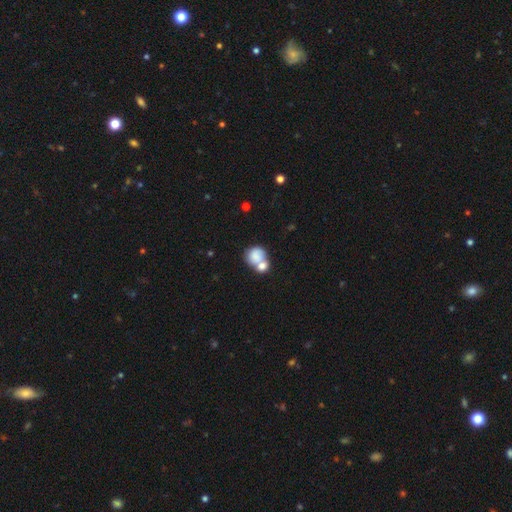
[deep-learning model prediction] smooth-or-featured: smooth: 77% | featured or disk: 15% | star or artifact: 8%
  how-rounded: round: 71% | in between: 28% | cigar-shaped: 1%
  merging: merger: 57% | none: 27% | minor disturbance: 10% | major disturbance: 6%